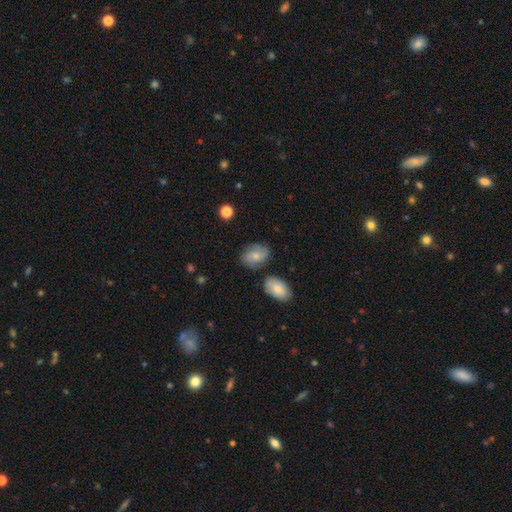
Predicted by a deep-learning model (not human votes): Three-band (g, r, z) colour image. It shows a smooth galaxy with no disk features (58%) that is in between round and cigar-shaped (78%). Merging: none (70%).